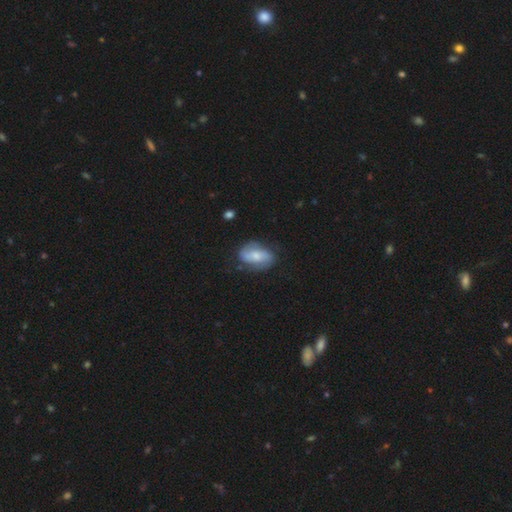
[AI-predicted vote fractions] This is possibly a featured or disk galaxy (55%). It is clearly not viewed edge-on (95%). Bar: marginally no (42%). Spiral arm pattern: clearly yes (82%). Central bulge: marginally moderate (45%). Merging: likely none (67%).